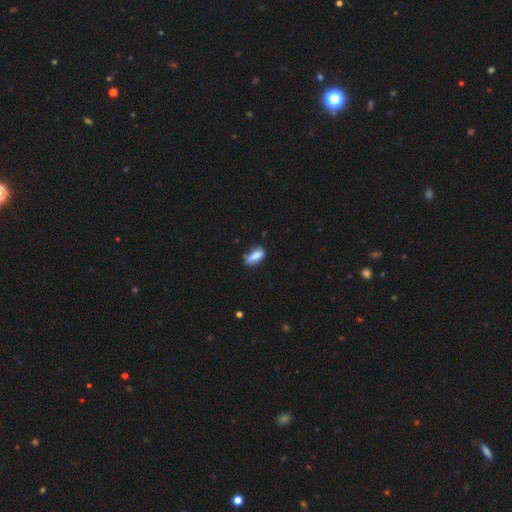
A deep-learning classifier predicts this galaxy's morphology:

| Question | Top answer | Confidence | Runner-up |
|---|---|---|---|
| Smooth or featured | smooth | 81% | featured or disk (11%) |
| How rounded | in between | 78% | cigar-shaped (19%) |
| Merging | none | 52% | minor disturbance (35%) |